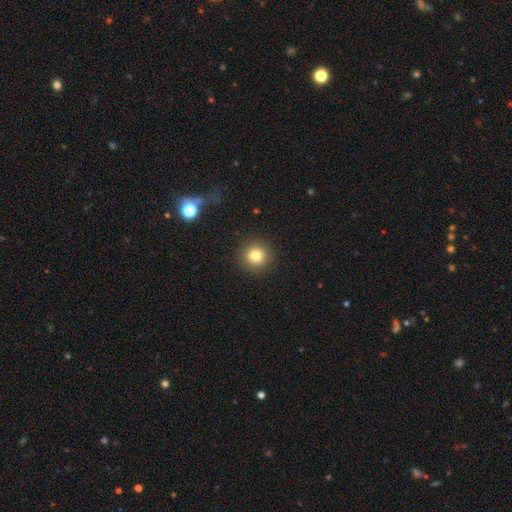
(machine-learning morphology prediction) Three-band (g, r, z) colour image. It shows a smooth galaxy with no disk features (80%) that is round (94%). Merging: none (91%).